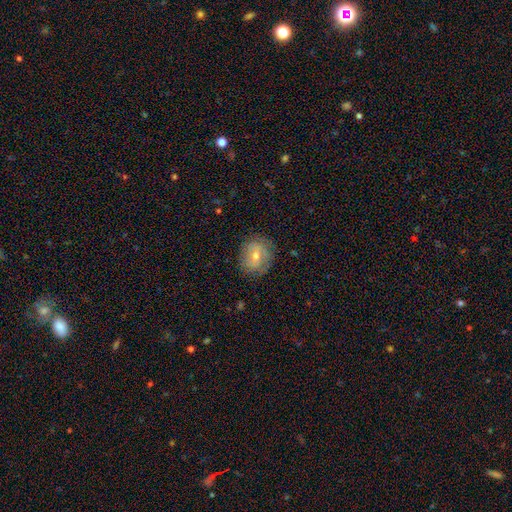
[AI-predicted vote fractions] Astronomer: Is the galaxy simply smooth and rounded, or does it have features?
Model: featured or disk — 53% (runner-up: smooth, 36%).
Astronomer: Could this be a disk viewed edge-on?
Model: no — 96%.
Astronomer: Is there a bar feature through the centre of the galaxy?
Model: no — 48% (runner-up: weak, 40%).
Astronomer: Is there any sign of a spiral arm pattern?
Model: yes — 70%.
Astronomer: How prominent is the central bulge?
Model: moderate — 54% (runner-up: small, 42%).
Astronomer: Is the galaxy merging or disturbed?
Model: none — 79%.